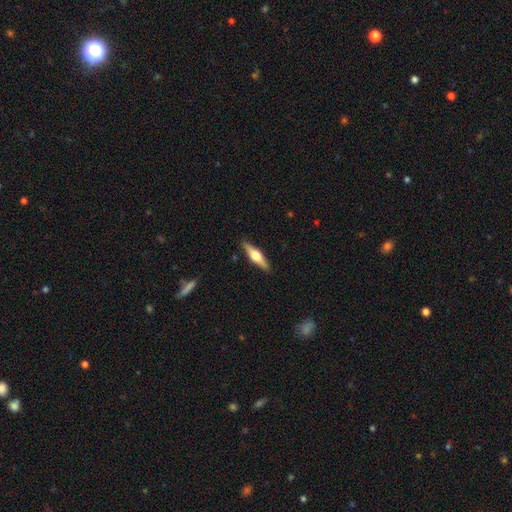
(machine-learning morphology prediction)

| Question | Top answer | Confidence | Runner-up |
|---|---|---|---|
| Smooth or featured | featured or disk | 65% | smooth (29%) |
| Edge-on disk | yes | 97% | no (3%) |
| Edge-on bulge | rounded | 94% | boxy (5%) |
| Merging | none | 90% | minor disturbance (7%) |